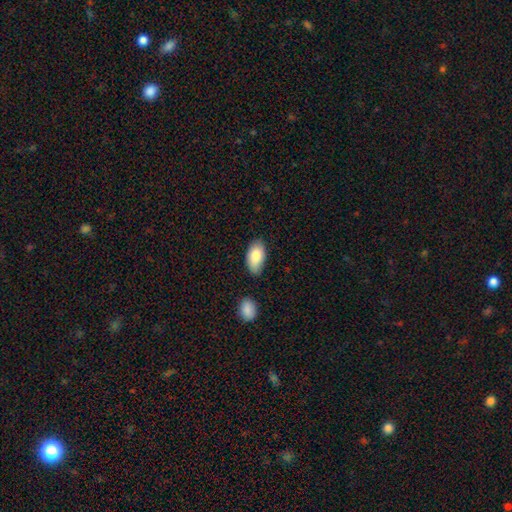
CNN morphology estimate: Overall: smooth (83%). How rounded: in between (94%). Merging: none (75%).